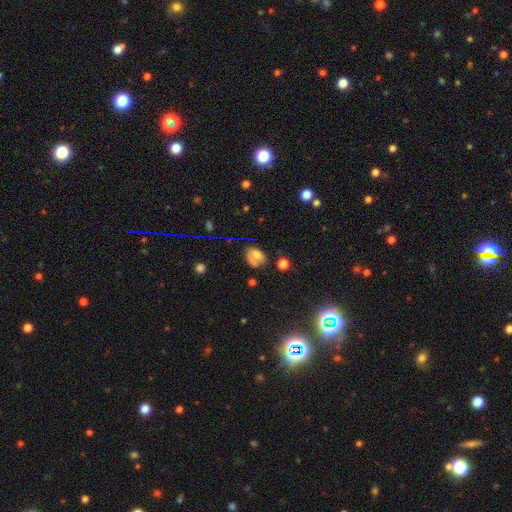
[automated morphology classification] Q: Smooth or featured?
A: smooth (52%); runner-up: featured or disk (30%)
Q: How rounded?
A: in between (74%); runner-up: round (24%)
Q: Merging?
A: none (44%); runner-up: minor disturbance (26%)